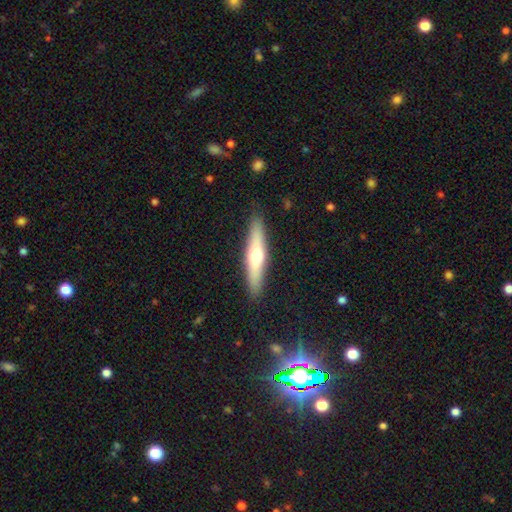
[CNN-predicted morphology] Smooth or featured? Predicted: smooth (p=0.49). Merging? Predicted: none (p=0.89).